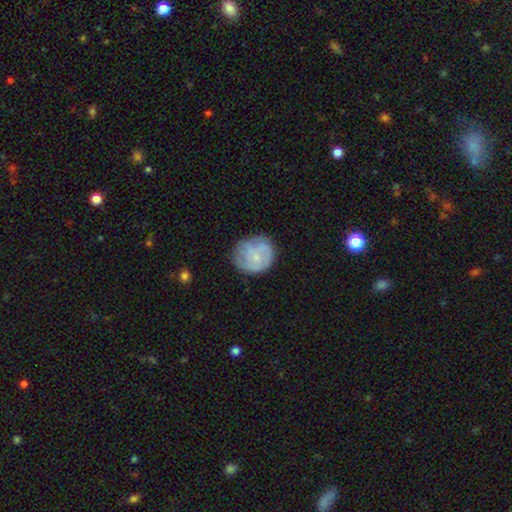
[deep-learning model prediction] Smooth or featured: smooth — 51% (featured or disk — 42%)
How rounded: round — 84% (in between — 15%)
Merging: none — 65% (minor disturbance — 24%)